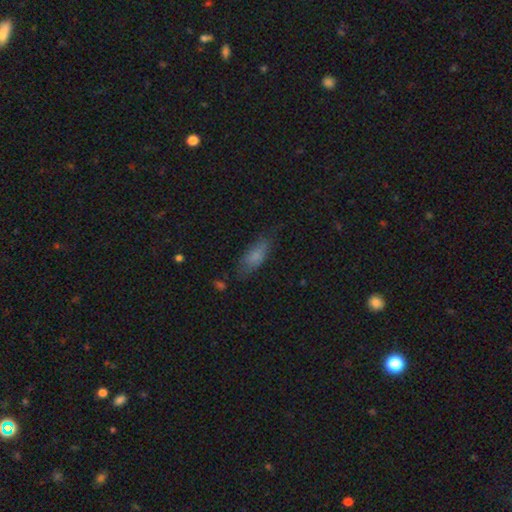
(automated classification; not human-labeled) This appears to be a smooth galaxy with no disk features (76%) that is in between round and cigar-shaped (65%). Merging: none (69%).